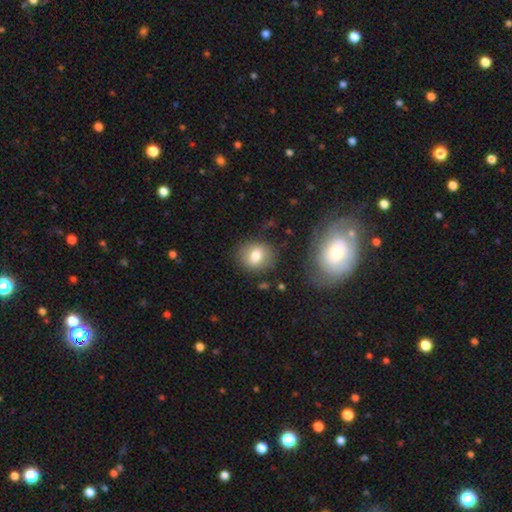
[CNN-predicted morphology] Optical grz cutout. It shows a smooth galaxy with no disk features (76%) that is round (66%). Merging: none (82%).